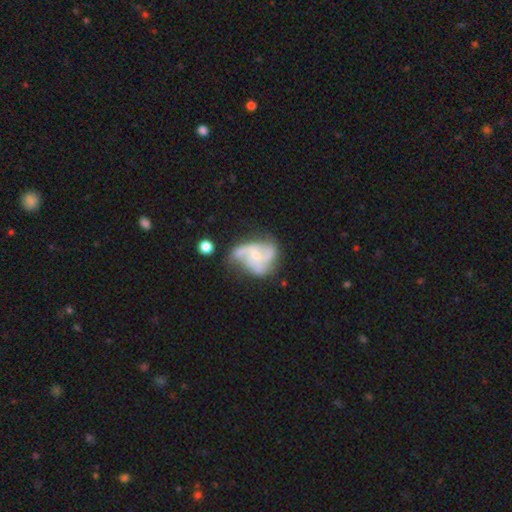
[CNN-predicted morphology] Q: Smooth or featured?
A: featured or disk (77%); runner-up: smooth (16%)
Q: Edge-on disk?
A: no (98%); runner-up: yes (2%)
Q: Bar?
A: no (67%); runner-up: weak (27%)
Q: Spiral arms?
A: yes (84%); runner-up: no (16%)
Q: Spiral winding?
A: medium (44%); runner-up: loose (40%)
Q: Spiral arm count?
A: 3 (51%); runner-up: 2 (22%)
Q: Bulge size?
A: small (59%); runner-up: moderate (30%)
Q: Merging?
A: none (41%); runner-up: major disturbance (26%)